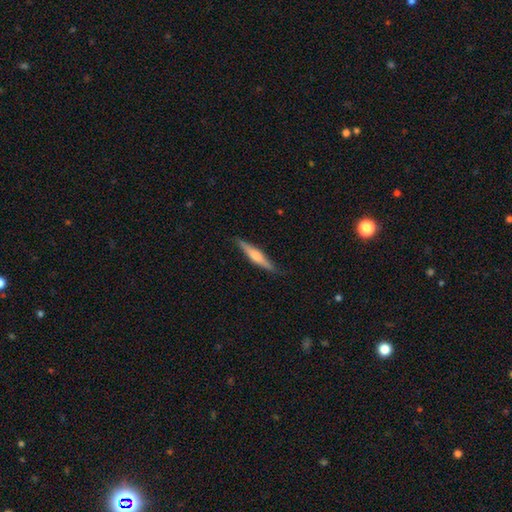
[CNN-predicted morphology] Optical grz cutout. It shows a featured or disk galaxy (51%) viewed edge-on (96%). Merging: none (85%).